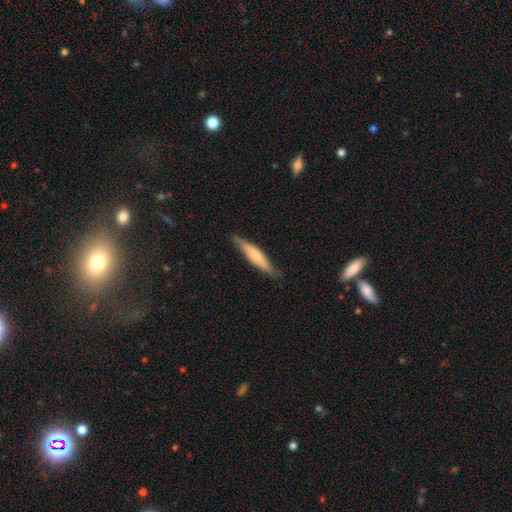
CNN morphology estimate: Smooth or featured? Predicted: smooth (p=0.61). How rounded? Predicted: cigar-shaped (p=0.84). Merging? Predicted: none (p=0.80).